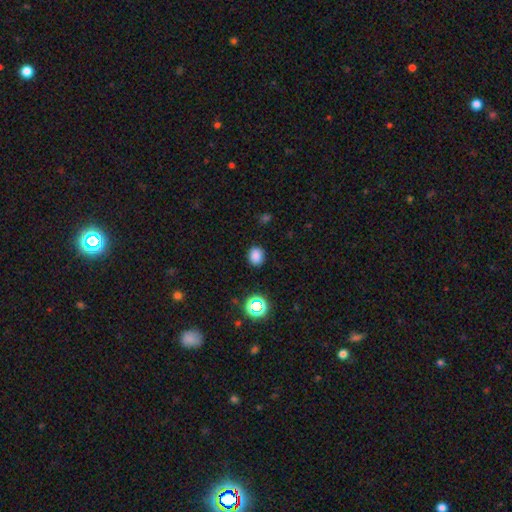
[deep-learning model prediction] This appears to be a smooth galaxy with no disk features (81%) that is round (63%). Merging: none (86%).